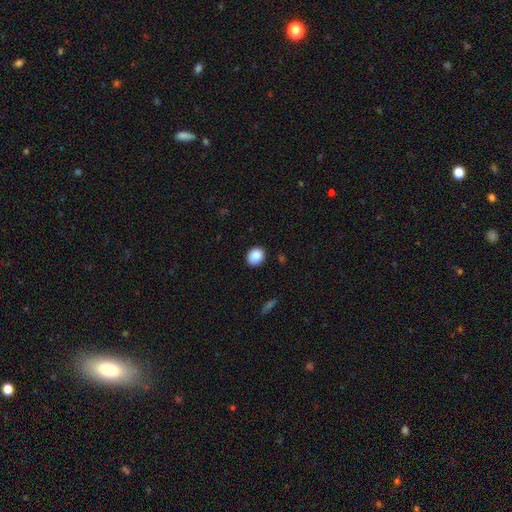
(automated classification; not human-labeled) smooth 89%, star or artifact 8%, featured or disk 3%. Down the decision tree: how rounded — round (58%); merging — none (88%).